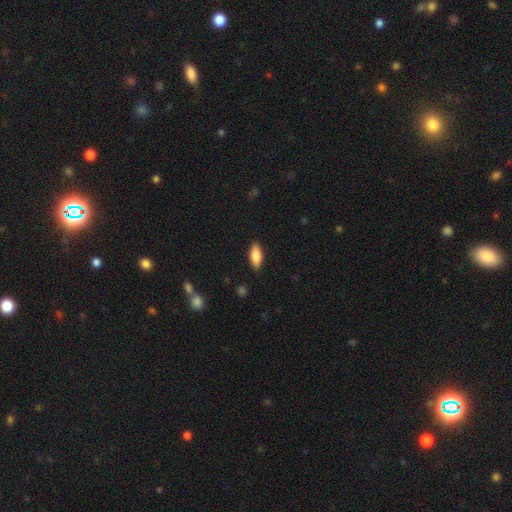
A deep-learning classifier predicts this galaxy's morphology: Smooth or featured?
  - smooth: 78% *
  - featured or disk: 15%
  - star or artifact: 6%
How rounded?
  - in between: 77% *
  - cigar-shaped: 21%
  - round: 2%
Merging?
  - none: 88% *
  - minor disturbance: 9%
  - major disturbance: 2%
  - merger: 1%